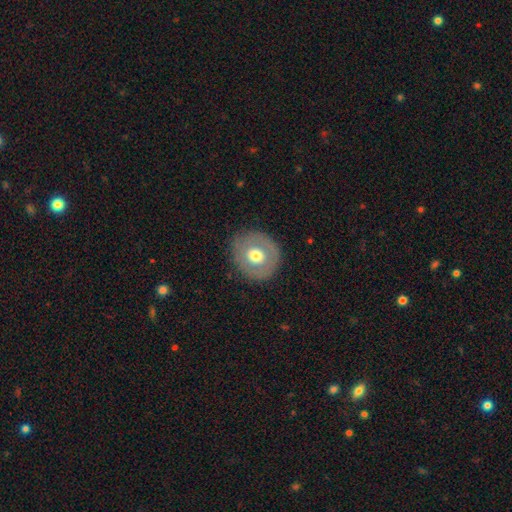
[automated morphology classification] smooth_or_featured: smooth (p=0.54) [alt: featured or disk p=0.39]
how_rounded: round (p=0.83) [alt: in between p=0.16]
merging: none (p=0.83) [alt: minor disturbance p=0.11]